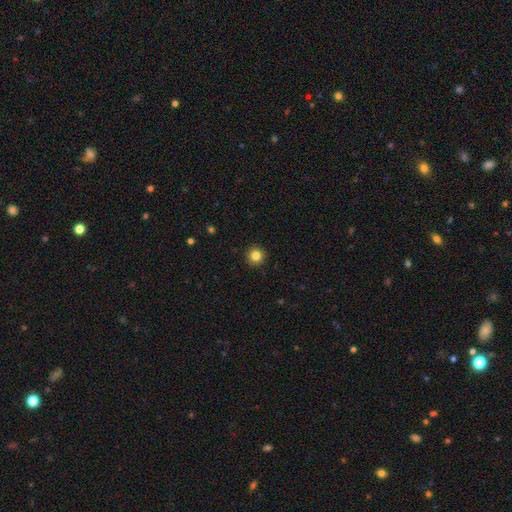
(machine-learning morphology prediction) A smooth galaxy with no disk features (83%) that is round (96%).

Vote fractions:
- Smooth or featured? smooth: 83% / star or artifact: 11% / featured or disk: 6%
- How rounded? round: 96% / in between: 3% / cigar-shaped: 1%
- Merging? none: 93% / minor disturbance: 5% / major disturbance: 1% / merger: 1%